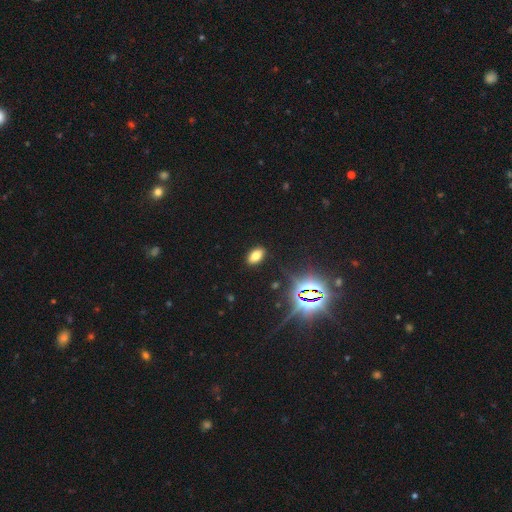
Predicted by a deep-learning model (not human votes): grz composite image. It shows a smooth galaxy with no disk features (72%) that is in between round and cigar-shaped (91%). Merging: none (89%).